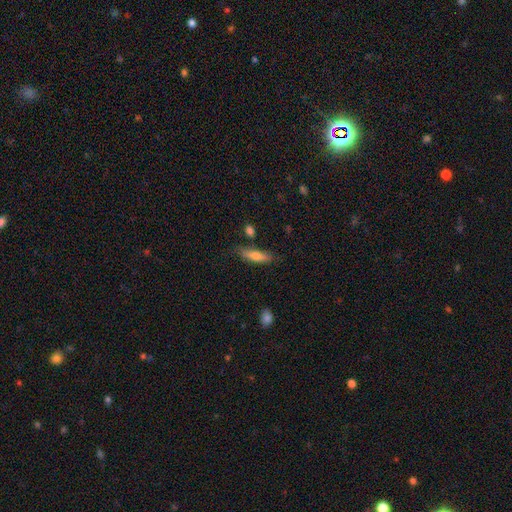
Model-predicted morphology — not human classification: smooth-or-featured: smooth: 69% | featured or disk: 24% | star or artifact: 6%
  how-rounded: cigar-shaped: 67% | in between: 31% | round: 2%
  merging: none: 75% | minor disturbance: 17% | merger: 5% | major disturbance: 4%